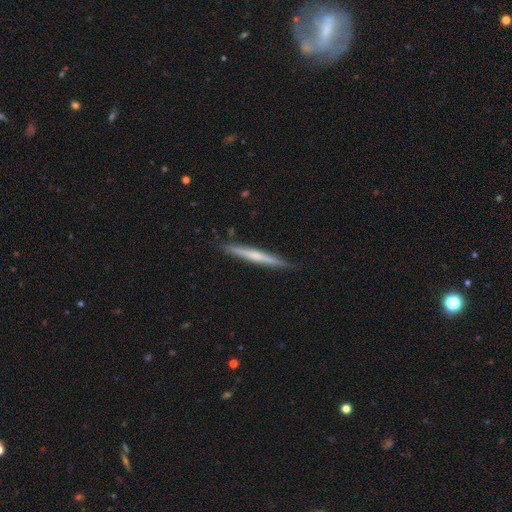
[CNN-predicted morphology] Smooth or featured? Predicted: featured or disk (p=0.50). Merging? Predicted: none (p=0.90).